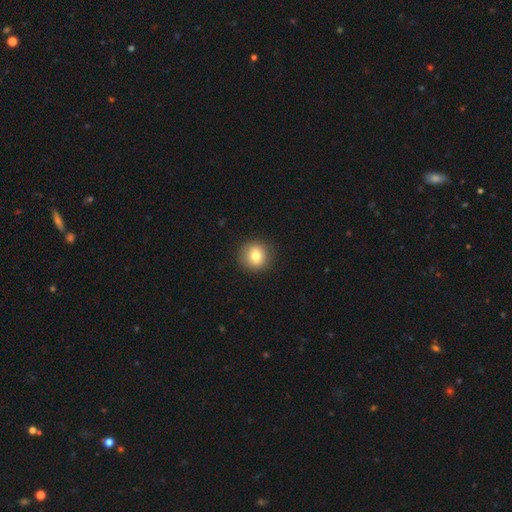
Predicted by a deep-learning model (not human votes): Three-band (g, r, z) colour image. It shows a smooth galaxy with no disk features (80%) that is round (93%). Merging: none (91%).